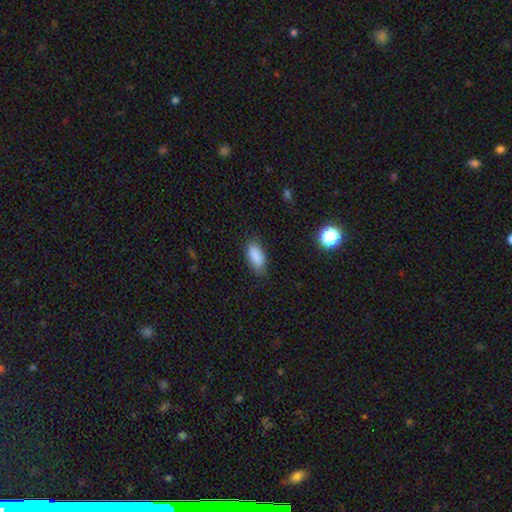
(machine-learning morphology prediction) smooth-or-featured: smooth: 88% | star or artifact: 8% | featured or disk: 4%
  how-rounded: in between: 89% | cigar-shaped: 9% | round: 3%
  merging: none: 79% | minor disturbance: 16% | major disturbance: 3% | merger: 1%